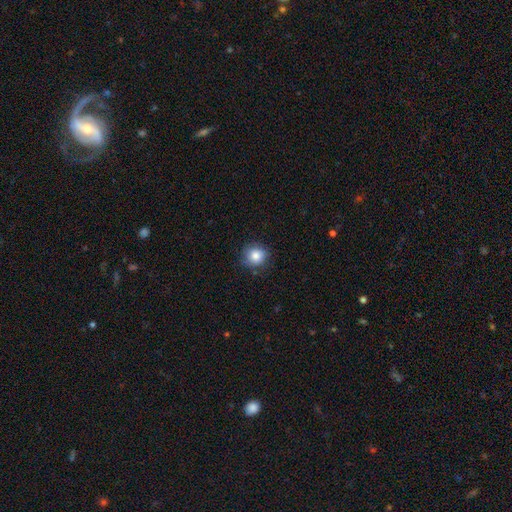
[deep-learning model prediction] This appears to be a smooth galaxy with no disk features (83%) that is round (89%). Merging: none (80%).